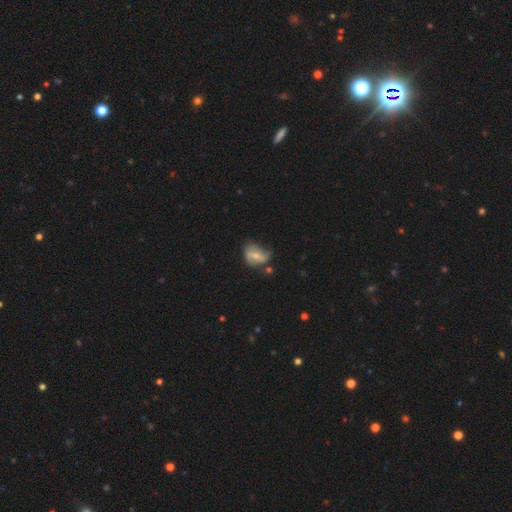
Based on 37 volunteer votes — Overall: smooth (49%; featured or disk 46%). How rounded: in between (94%). Merging: minor disturbance (37%; major disturbance 31%).